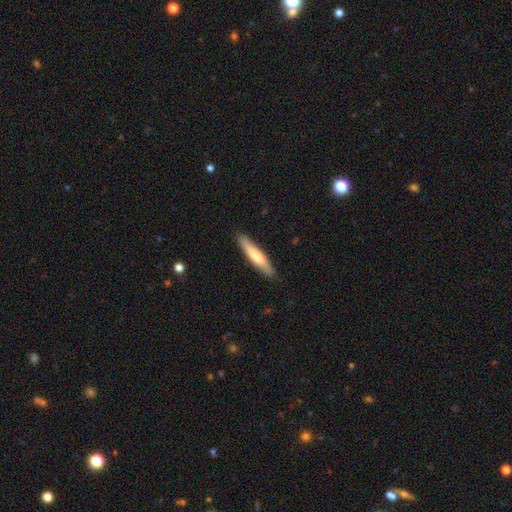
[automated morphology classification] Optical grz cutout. It shows a smooth galaxy with no disk features (69%) that is cigar-shaped (86%). Merging: none (88%).